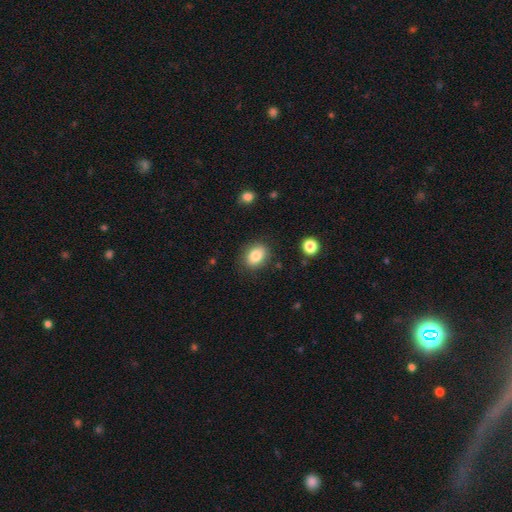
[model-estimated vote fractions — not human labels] This is clearly a smooth galaxy (83%). How rounded: likely in between (68%). Merging: clearly none (83%).